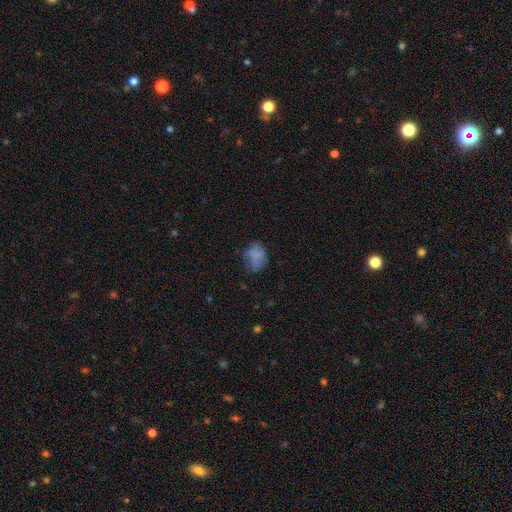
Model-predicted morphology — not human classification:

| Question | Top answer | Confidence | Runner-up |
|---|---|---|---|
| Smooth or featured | smooth | 68% | featured or disk (19%) |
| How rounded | in between | 66% | round (32%) |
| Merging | none | 50% | minor disturbance (29%) |